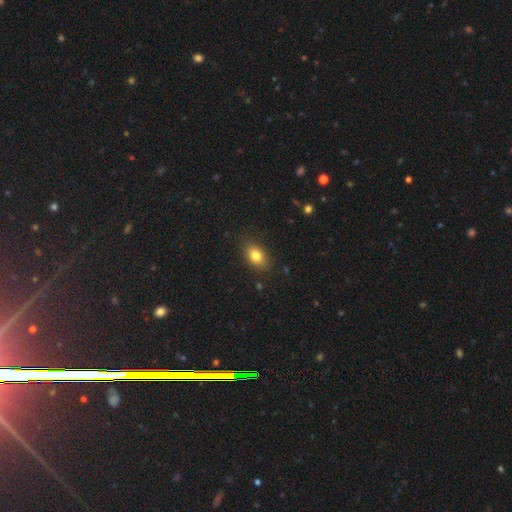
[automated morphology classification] A smooth galaxy with no disk features (80%) that is in between round and cigar-shaped (83%). Merging: none (85%).